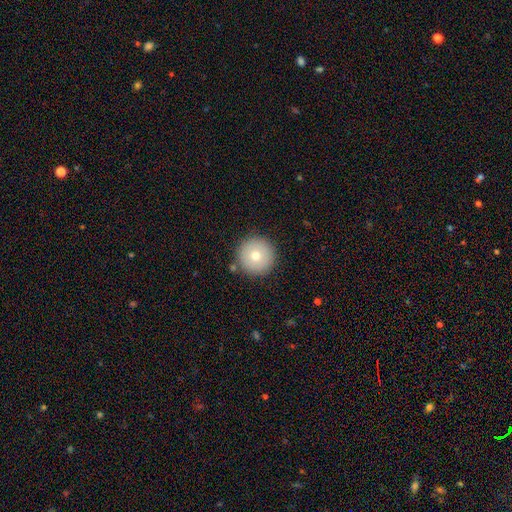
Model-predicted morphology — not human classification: smooth 72%, featured or disk 18%, star or artifact 10%. Down the decision tree: how rounded — round (97%); merging — none (90%).